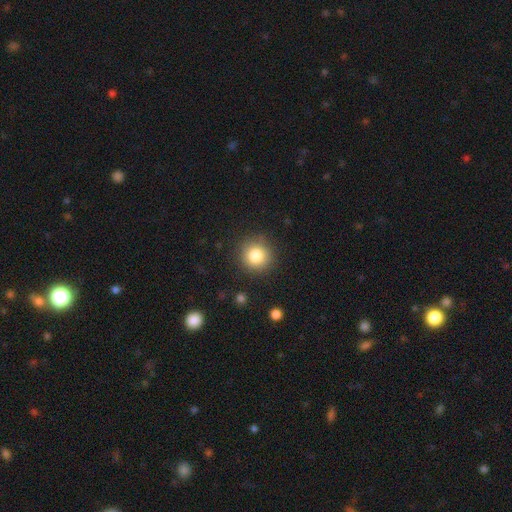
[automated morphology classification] smooth-or-featured: smooth: 83% | star or artifact: 11% | featured or disk: 7%
  how-rounded: round: 94% | in between: 5% | cigar-shaped: 1%
  merging: none: 88% | minor disturbance: 7% | major disturbance: 3% | merger: 1%